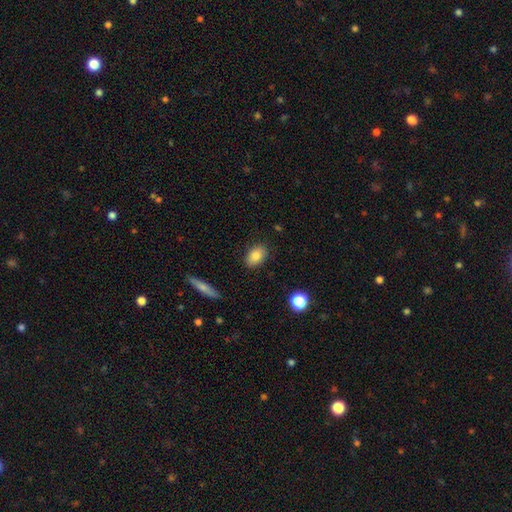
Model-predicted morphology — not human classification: This appears to be a smooth galaxy with no disk features (84%) that is in between round and cigar-shaped (84%). Merging: none (86%).